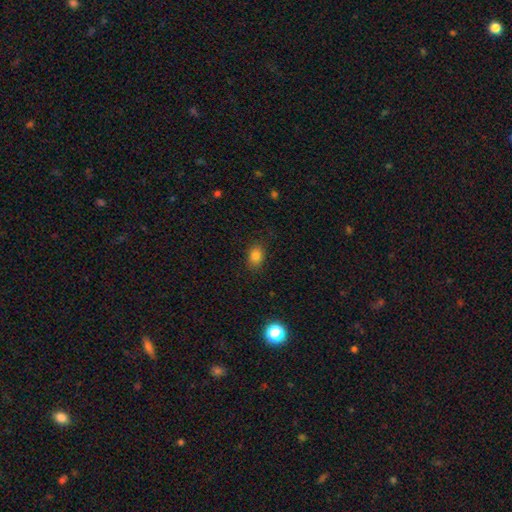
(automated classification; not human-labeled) A smooth galaxy with no disk features (82%) that is in between round and cigar-shaped (72%). Merging: none (84%).